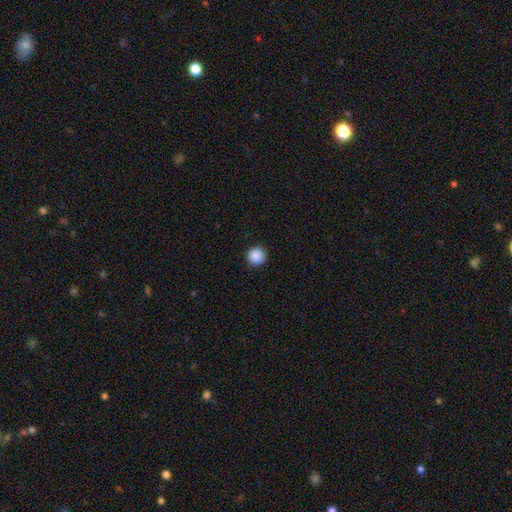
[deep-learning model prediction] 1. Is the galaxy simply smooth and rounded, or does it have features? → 89% smooth, 9% star or artifact, 2% featured or disk.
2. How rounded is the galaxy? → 95% round, 4% in between, 1% cigar-shaped.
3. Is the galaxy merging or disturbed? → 93% none, 5% minor disturbance, 2% major disturbance, 1% merger.